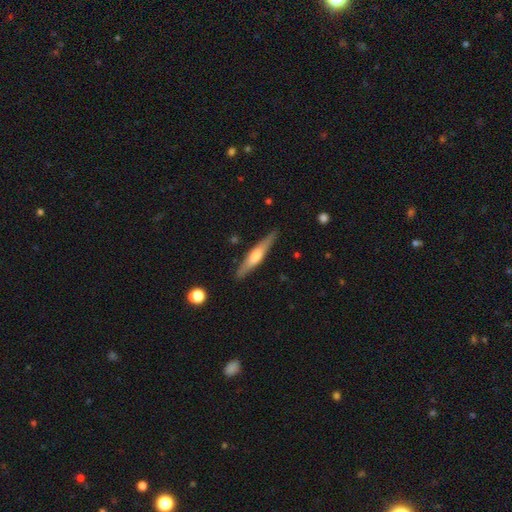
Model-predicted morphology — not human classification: Q: Smooth or featured?
A: featured or disk (58%); runner-up: smooth (37%)
Q: Edge-on disk?
A: yes (96%); runner-up: no (4%)
Q: Edge-on bulge?
A: rounded (80%); runner-up: boxy (11%)
Q: Merging?
A: none (88%); runner-up: minor disturbance (9%)